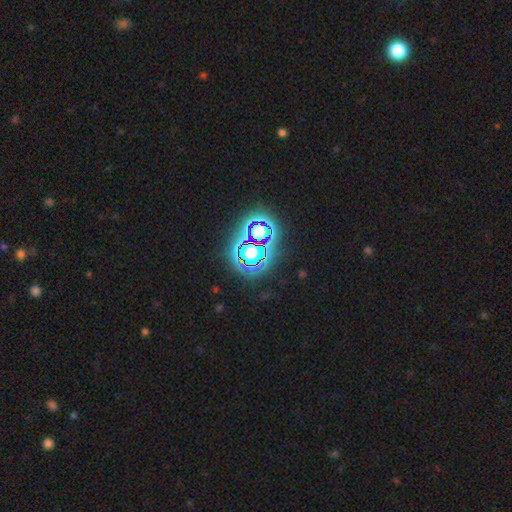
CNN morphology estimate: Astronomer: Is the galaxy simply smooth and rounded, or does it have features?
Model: star or artifact — 78%.